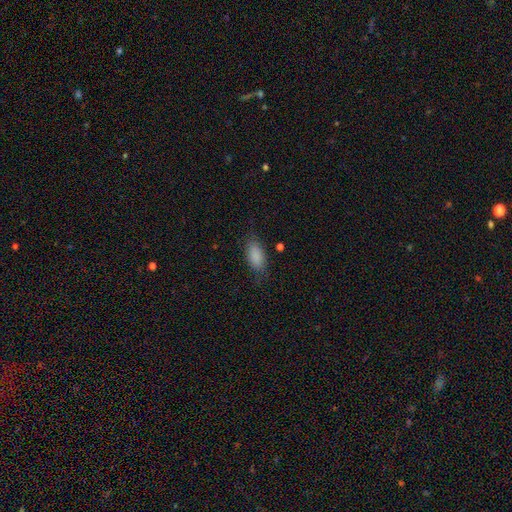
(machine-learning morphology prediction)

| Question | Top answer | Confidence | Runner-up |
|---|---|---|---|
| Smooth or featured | smooth | 88% | star or artifact (7%) |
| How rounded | in between | 89% | cigar-shaped (7%) |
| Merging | none | 78% | minor disturbance (16%) |